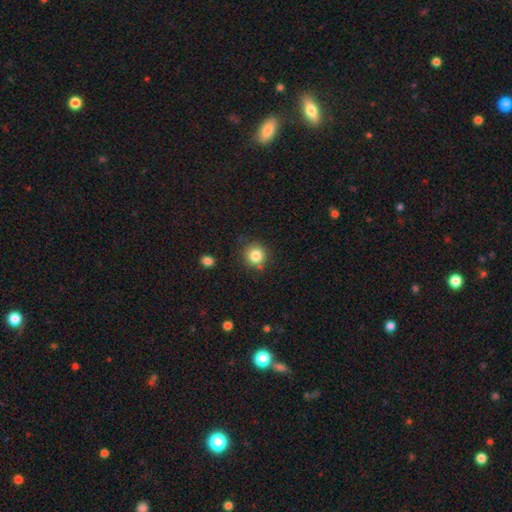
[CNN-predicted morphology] This is clearly a smooth galaxy (83%). How rounded: clearly round (92%). Merging: clearly none (82%).